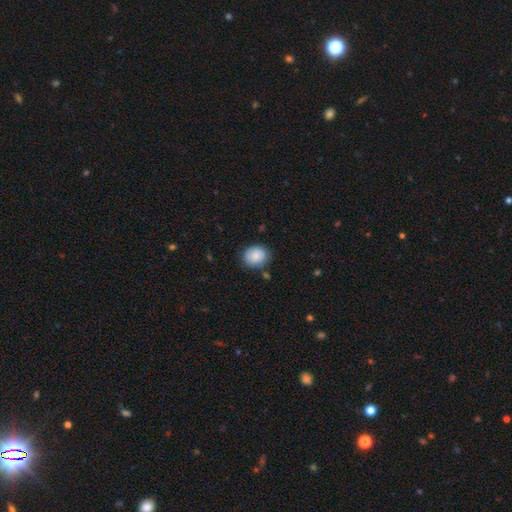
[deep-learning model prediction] Smooth or featured? Predicted: smooth (p=0.82). How rounded? Predicted: round (p=0.68). Merging? Predicted: none (p=0.79).